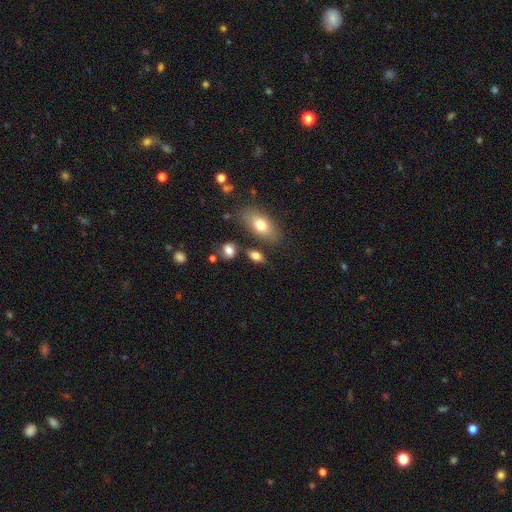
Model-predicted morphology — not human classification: This appears to be a smooth galaxy with no disk features (77%) that is in between round and cigar-shaped (80%). Merging: none (72%).